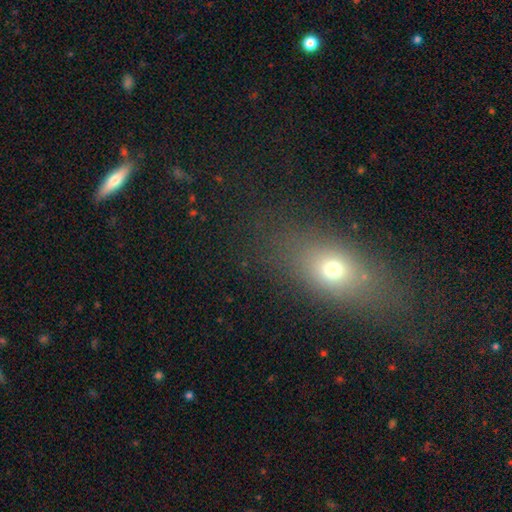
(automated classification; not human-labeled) Smooth or featured: smooth — 61% (star or artifact — 20%)
How rounded: in between — 62% (cigar-shaped — 21%)
Merging: none — 81% (minor disturbance — 11%)